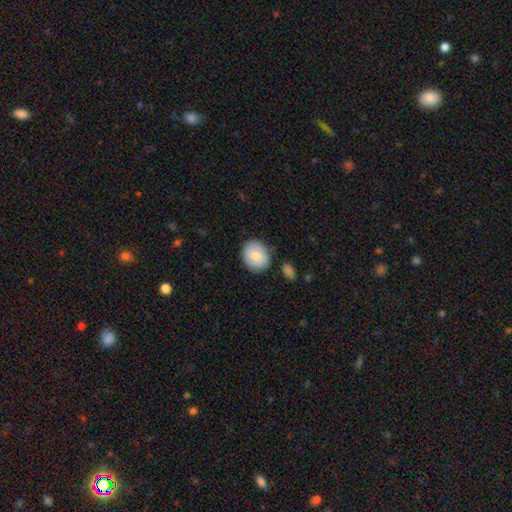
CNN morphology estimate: A smooth galaxy with no disk features (81%) that is round (62%).

Vote fractions:
- Smooth or featured? smooth: 81% / featured or disk: 12% / star or artifact: 7%
- How rounded? round: 62% / in between: 37% / cigar-shaped: 1%
- Merging? none: 79% / minor disturbance: 14% / merger: 4% / major disturbance: 3%